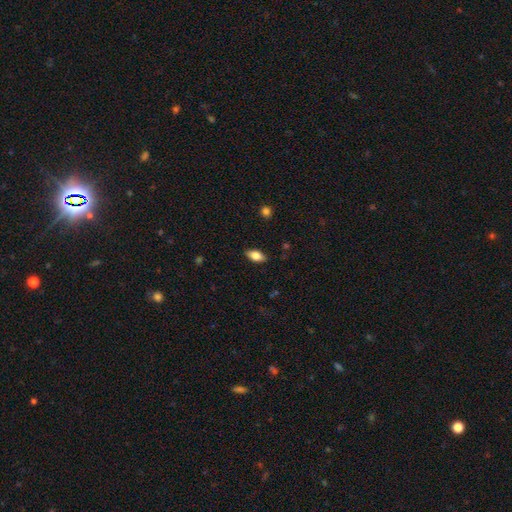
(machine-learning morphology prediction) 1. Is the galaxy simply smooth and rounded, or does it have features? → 79% smooth, 14% featured or disk, 7% star or artifact.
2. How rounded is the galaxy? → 89% in between, 7% cigar-shaped, 4% round.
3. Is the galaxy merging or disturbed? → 86% none, 10% minor disturbance, 2% major disturbance, 1% merger.